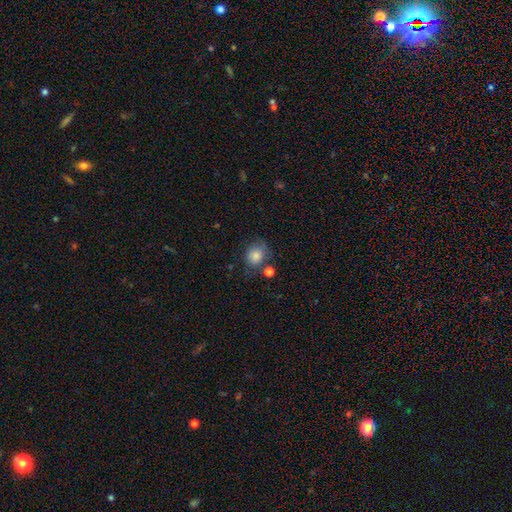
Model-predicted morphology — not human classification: This appears to be a smooth galaxy with no disk features (81%) that is round (71%). Merging: none (64%).